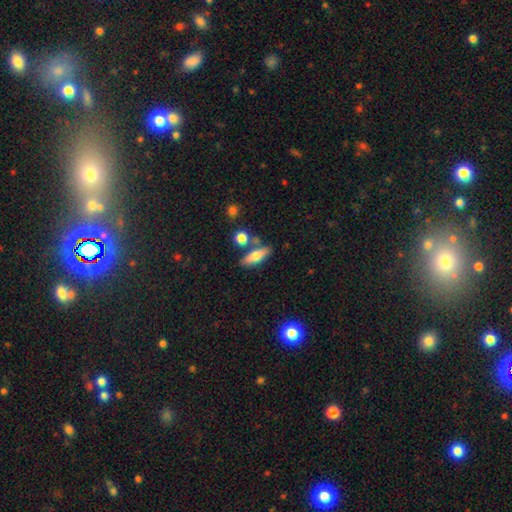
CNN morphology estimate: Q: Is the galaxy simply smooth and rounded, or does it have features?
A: smooth — 64%.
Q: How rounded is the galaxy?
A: in between — 53%.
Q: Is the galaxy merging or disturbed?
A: none — 72%.